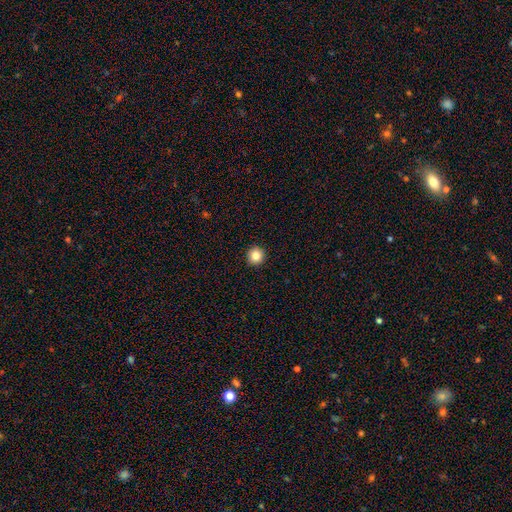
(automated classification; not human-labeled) This appears to be a smooth galaxy with no disk features (84%) that is round (96%). Merging: none (94%).